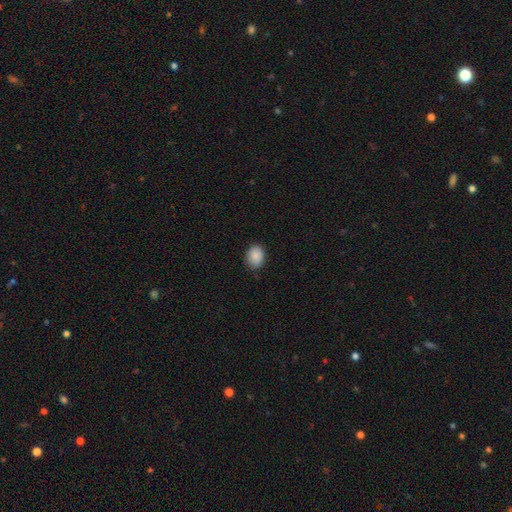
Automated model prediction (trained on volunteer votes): smooth-or-featured: smooth: 89% | star or artifact: 8% | featured or disk: 4%
  how-rounded: in between: 58% | round: 41% | cigar-shaped: 1%
  merging: none: 84% | minor disturbance: 13% | major disturbance: 2% | merger: 1%